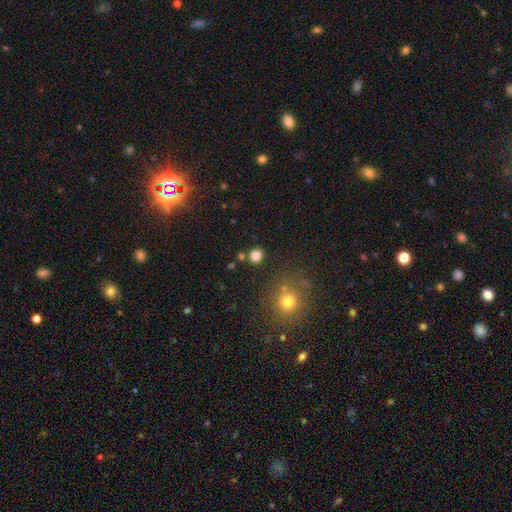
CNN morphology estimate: Smooth or featured? smooth (81%)
How rounded? round (84%)
Merging? none (83%)